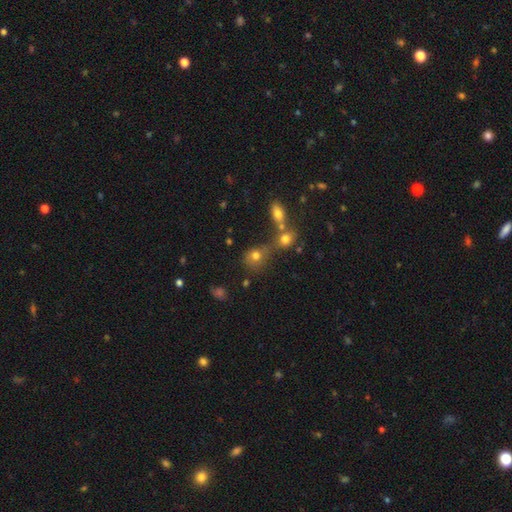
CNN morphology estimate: Smooth or featured: smooth — 73% (star or artifact — 16%)
How rounded: round — 73% (in between — 25%)
Merging: none — 47% (merger — 35%)